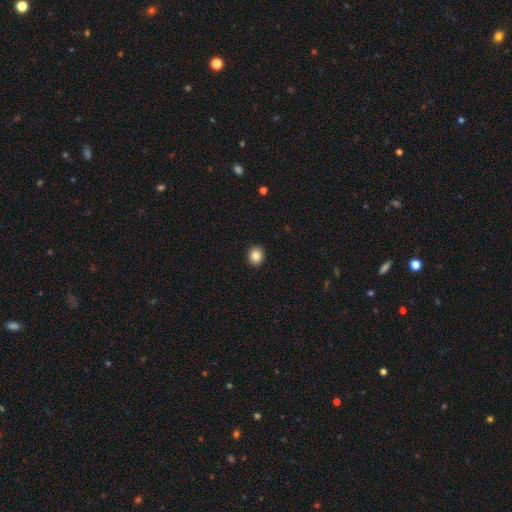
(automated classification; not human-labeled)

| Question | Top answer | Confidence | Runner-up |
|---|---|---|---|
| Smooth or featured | smooth | 85% | star or artifact (10%) |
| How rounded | round | 76% | in between (24%) |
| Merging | none | 92% | minor disturbance (5%) |